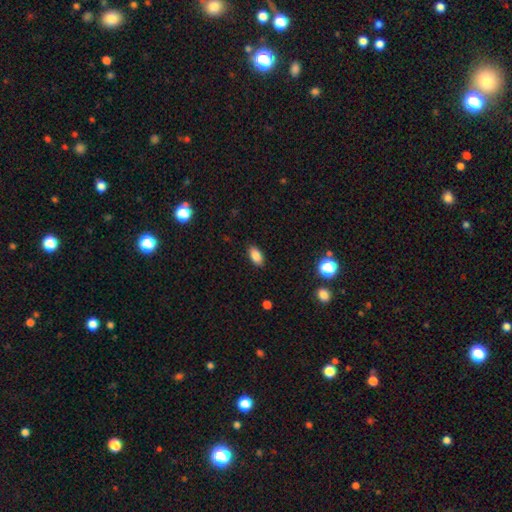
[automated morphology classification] type=smooth (86%); roundness=in between (92%); merging=none (88%).